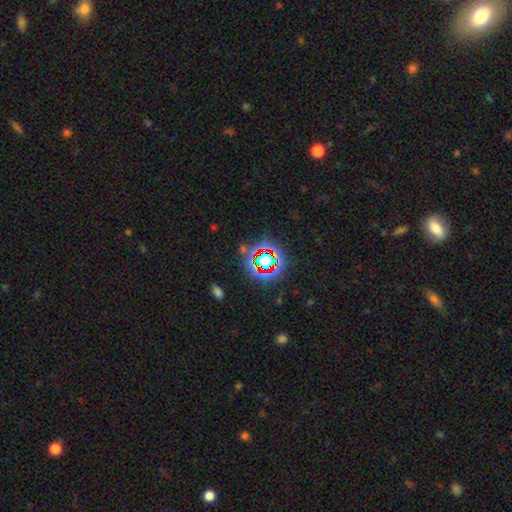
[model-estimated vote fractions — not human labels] The model was most divided on "smooth or featured": star or artifact: 68%, smooth: 20%, featured or disk: 12%.